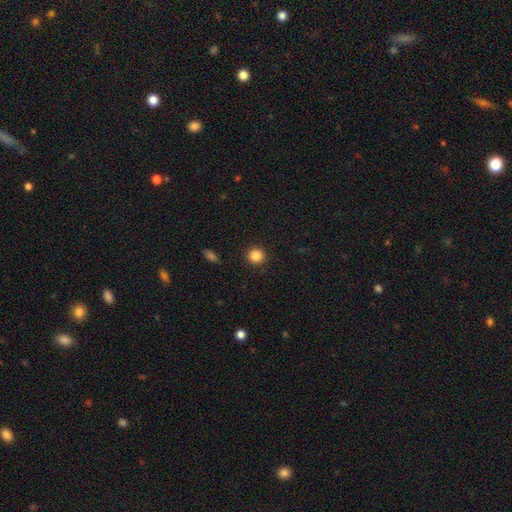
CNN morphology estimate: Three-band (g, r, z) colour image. It shows a smooth galaxy with no disk features (86%) that is round (94%). Merging: none (92%).